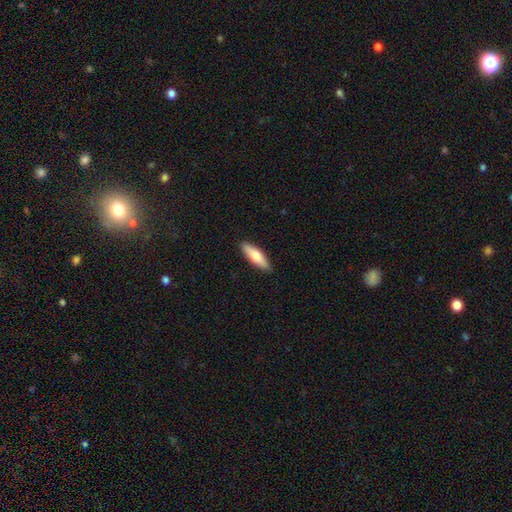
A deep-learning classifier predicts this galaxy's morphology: Q: Smooth or featured?
A: smooth (72%); runner-up: featured or disk (23%)
Q: How rounded?
A: cigar-shaped (57%); runner-up: in between (41%)
Q: Merging?
A: none (90%); runner-up: minor disturbance (8%)